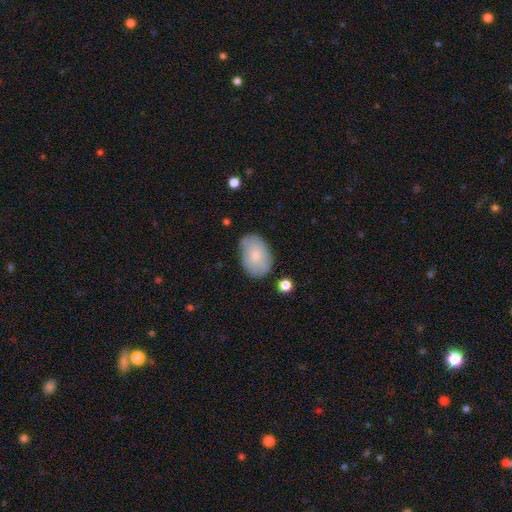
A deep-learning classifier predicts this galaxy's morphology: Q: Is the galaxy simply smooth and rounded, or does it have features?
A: smooth — 73%.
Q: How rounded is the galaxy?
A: in between — 89%.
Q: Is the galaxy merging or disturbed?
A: none — 75%.